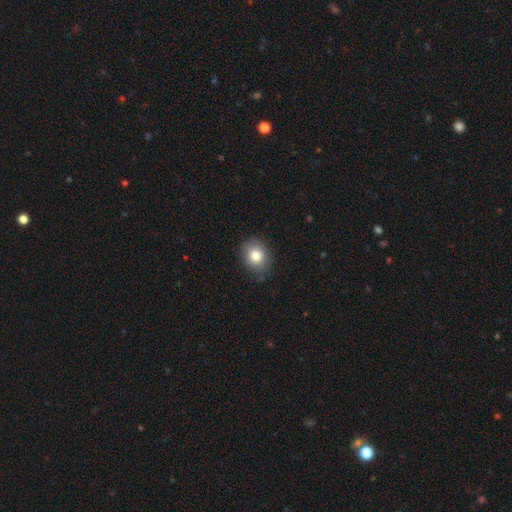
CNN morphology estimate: A smooth galaxy with no disk features (82%) that is round (54%). Merging: none (81%).